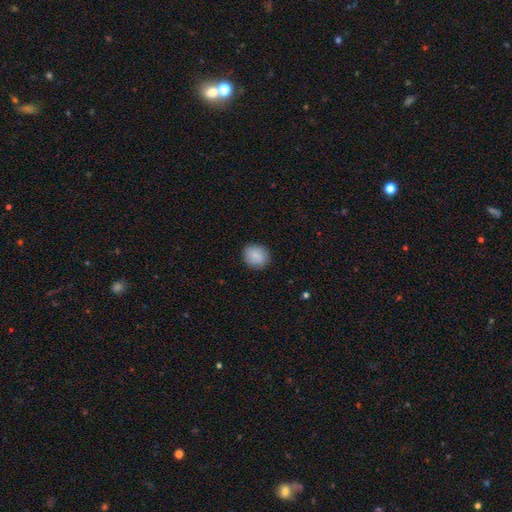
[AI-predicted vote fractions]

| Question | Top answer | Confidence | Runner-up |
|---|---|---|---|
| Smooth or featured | smooth | 88% | star or artifact (7%) |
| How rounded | round | 75% | in between (24%) |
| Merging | none | 89% | minor disturbance (8%) |